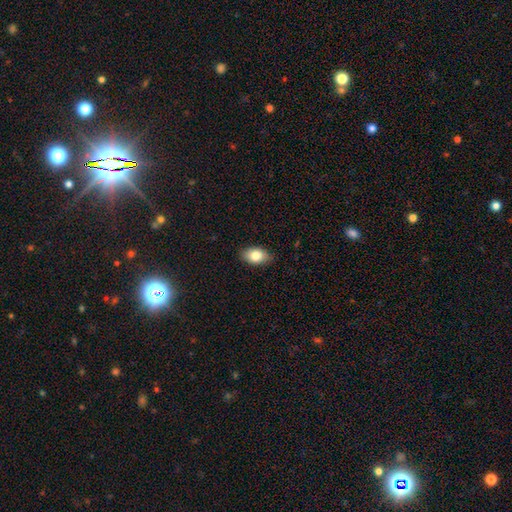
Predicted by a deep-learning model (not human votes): Smooth or featured? Predicted: smooth (p=0.82). How rounded? Predicted: in between (p=0.87). Merging? Predicted: none (p=0.86).